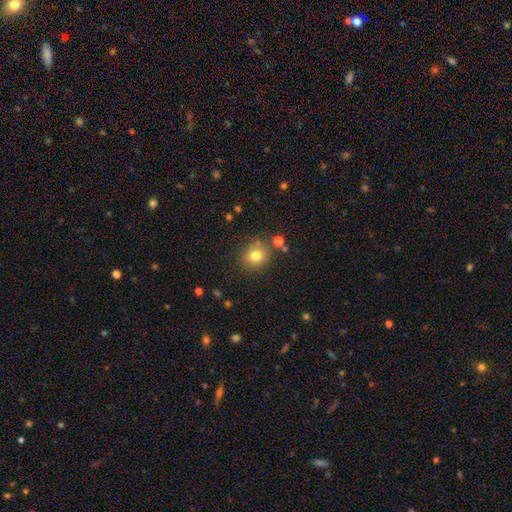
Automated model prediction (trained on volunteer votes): A smooth galaxy with no disk features (78%) that is round (82%). Merging: none (80%).